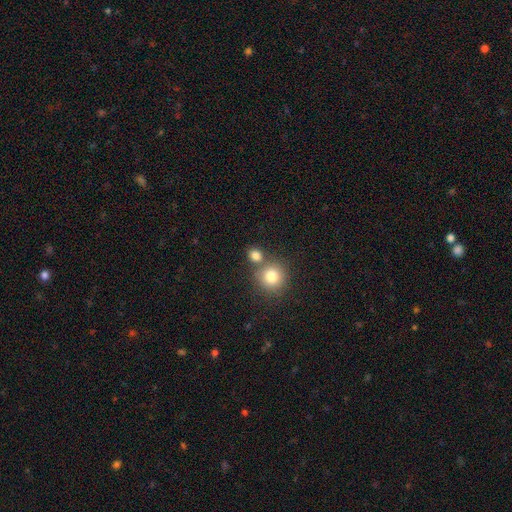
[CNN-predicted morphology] Smooth or featured? smooth (82%)
How rounded? round (75%)
Merging? none (61%)